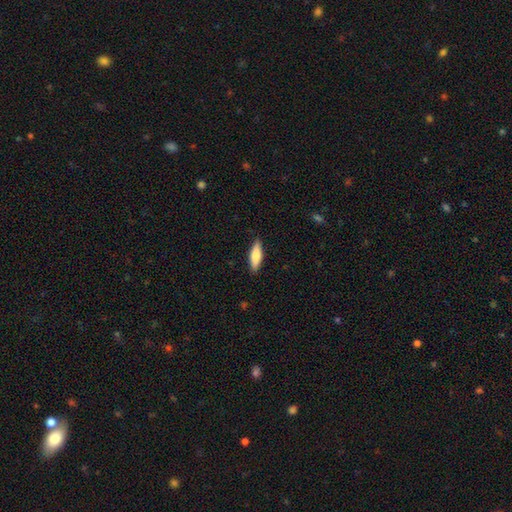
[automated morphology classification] smooth_or_featured: smooth (p=0.74) [alt: featured or disk p=0.21]
how_rounded: cigar-shaped (p=0.55) [alt: in between p=0.43]
merging: none (p=0.88) [alt: minor disturbance p=0.09]